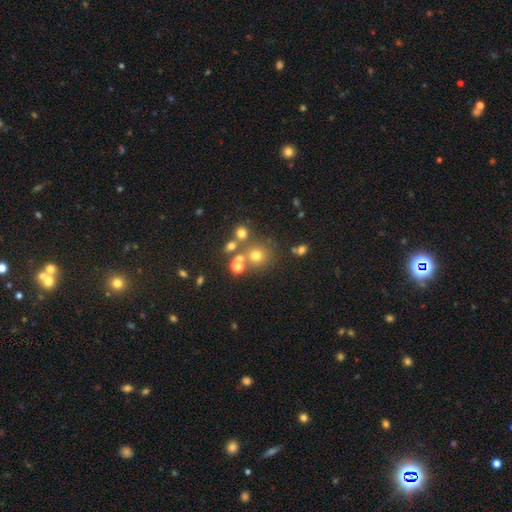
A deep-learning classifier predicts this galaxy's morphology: type=smooth (62%); roundness=round (87%); merging=none (64%).